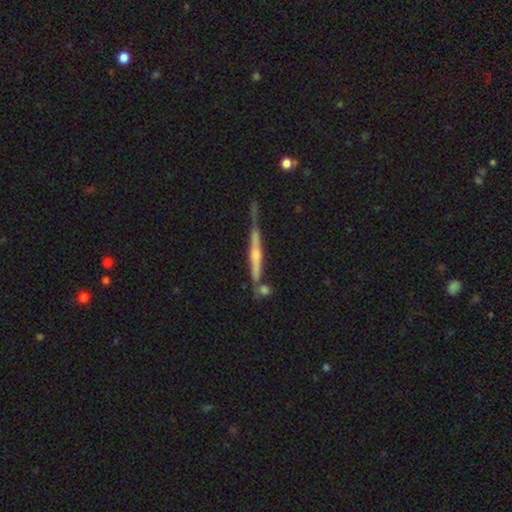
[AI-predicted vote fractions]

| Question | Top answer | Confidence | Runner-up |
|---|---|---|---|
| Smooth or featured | featured or disk | 60% | smooth (32%) |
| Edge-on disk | yes | 94% | no (6%) |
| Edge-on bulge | rounded | 44% | none (40%) |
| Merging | none | 52% | minor disturbance (24%) |